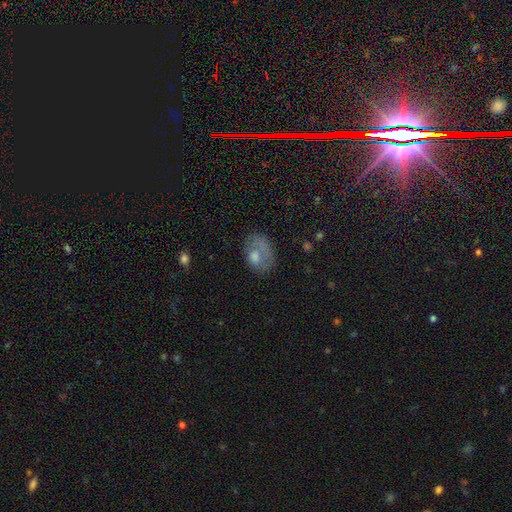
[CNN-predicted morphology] This appears to be a smooth galaxy with no disk features (57%) that is in between round and cigar-shaped (70%). Merging: none (43%).